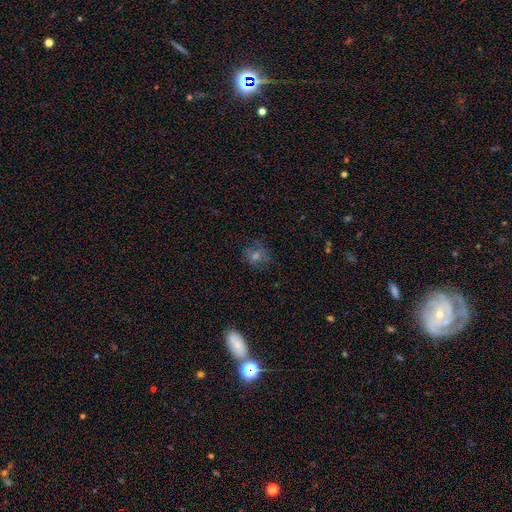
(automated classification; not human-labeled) A smooth galaxy with no disk features (48%).

Vote fractions:
- Smooth or featured? smooth: 48% / featured or disk: 30% / star or artifact: 22%
- Merging? none: 72% / minor disturbance: 17% / major disturbance: 8% / merger: 3%